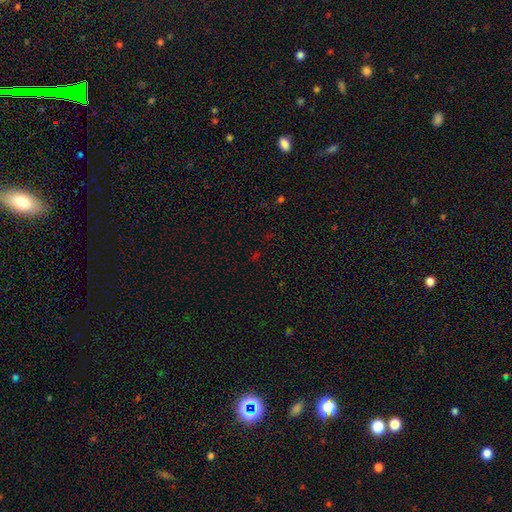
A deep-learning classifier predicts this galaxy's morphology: This appears to be a star or artifact, not a galaxy (63%).